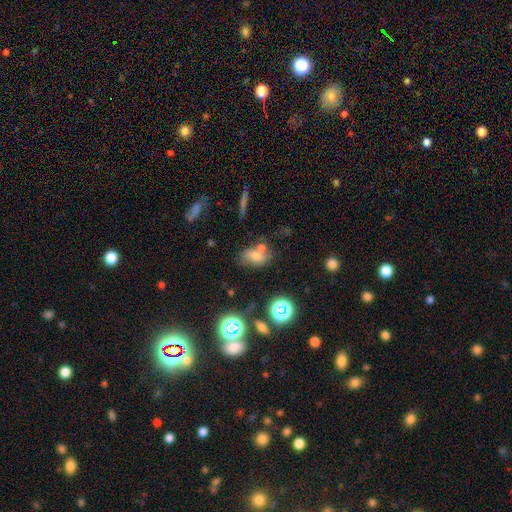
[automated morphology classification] A smooth galaxy with no disk features (64%) that is in between round and cigar-shaped (79%). Merging: none (51%).